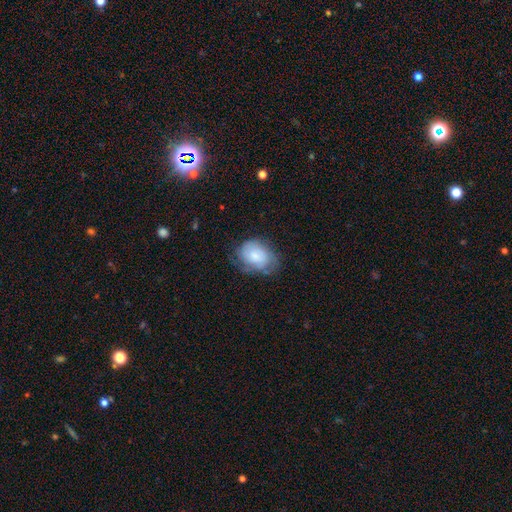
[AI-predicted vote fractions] Smooth or featured? Predicted: smooth (p=0.53). How rounded? Predicted: in between (p=0.70). Merging? Predicted: none (p=0.57).